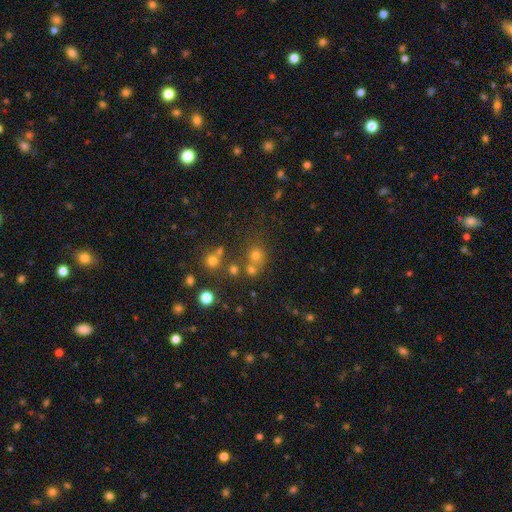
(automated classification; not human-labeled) A smooth galaxy with no disk features (60%) that is round (85%). Merging: none (60%).